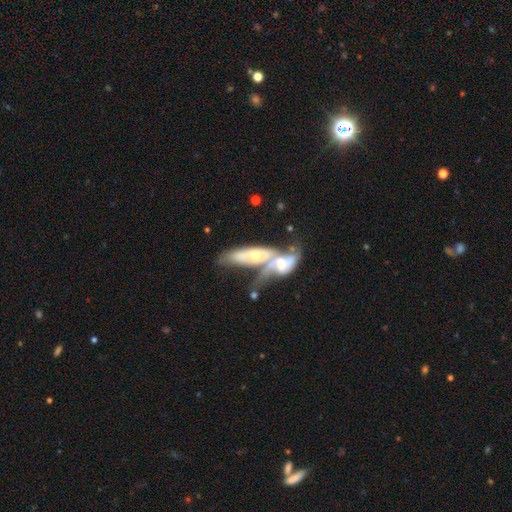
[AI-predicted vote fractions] A featured or disk galaxy (65%). Merging: merger (73%).